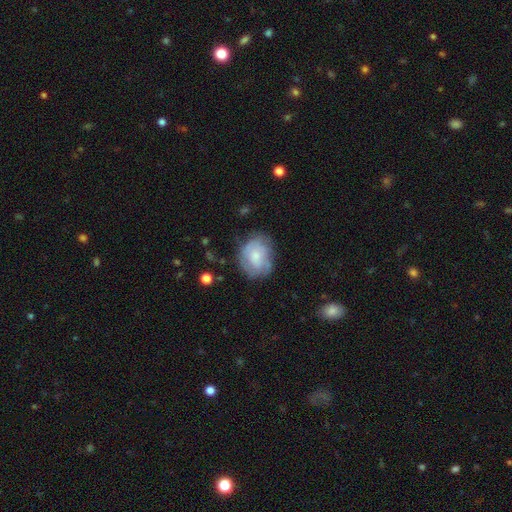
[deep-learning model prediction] smooth-or-featured: smooth: 53% | featured or disk: 40% | star or artifact: 7%
  how-rounded: round: 54% | in between: 45% | cigar-shaped: 1%
  merging: none: 61% | minor disturbance: 26% | major disturbance: 12% | merger: 2%